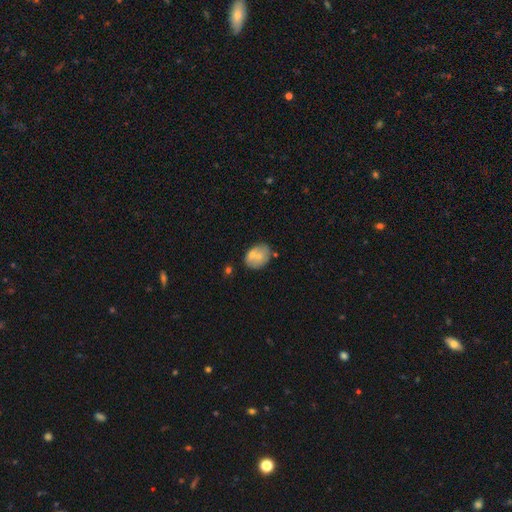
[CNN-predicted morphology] smooth-or-featured: smooth: 63% | featured or disk: 29% | star or artifact: 8%
  how-rounded: in between: 65% | round: 34% | cigar-shaped: 1%
  merging: none: 55% | merger: 22% | minor disturbance: 18% | major disturbance: 6%